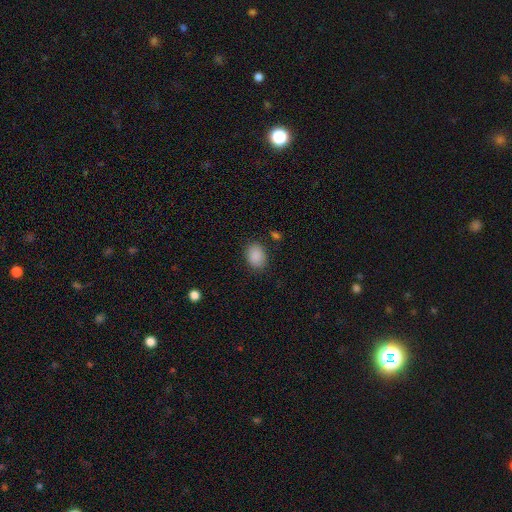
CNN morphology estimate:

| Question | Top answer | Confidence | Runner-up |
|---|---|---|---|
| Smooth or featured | smooth | 89% | star or artifact (8%) |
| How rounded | in between | 67% | round (32%) |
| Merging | none | 84% | minor disturbance (11%) |